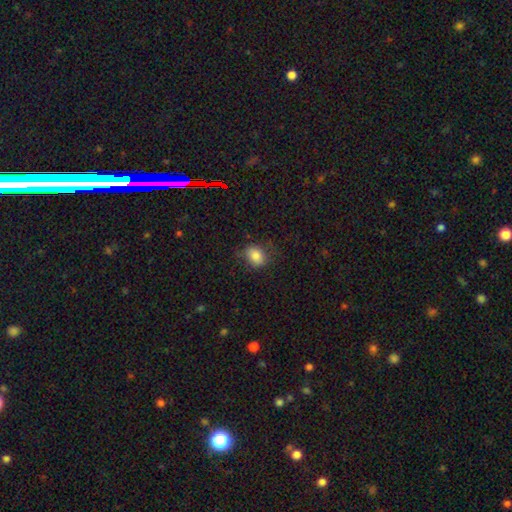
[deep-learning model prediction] smooth-or-featured: smooth: 81% | star or artifact: 10% | featured or disk: 8%
  how-rounded: in between: 56% | round: 43% | cigar-shaped: 1%
  merging: none: 71% | minor disturbance: 21% | major disturbance: 7% | merger: 1%